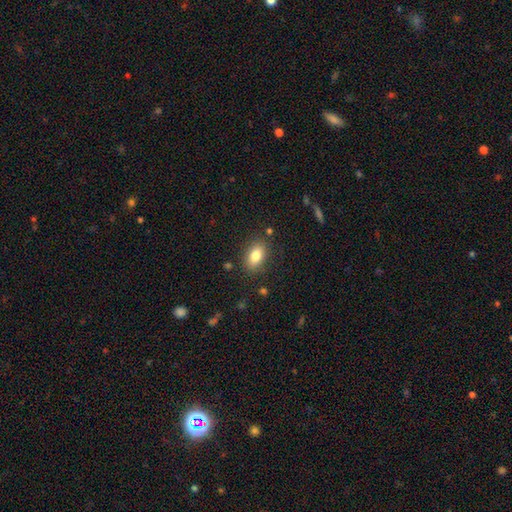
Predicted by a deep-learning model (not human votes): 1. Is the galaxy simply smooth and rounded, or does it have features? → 83% smooth, 9% featured or disk, 8% star or artifact.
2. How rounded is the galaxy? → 87% in between, 10% round, 3% cigar-shaped.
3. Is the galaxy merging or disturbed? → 84% none, 11% minor disturbance, 3% major disturbance, 2% merger.